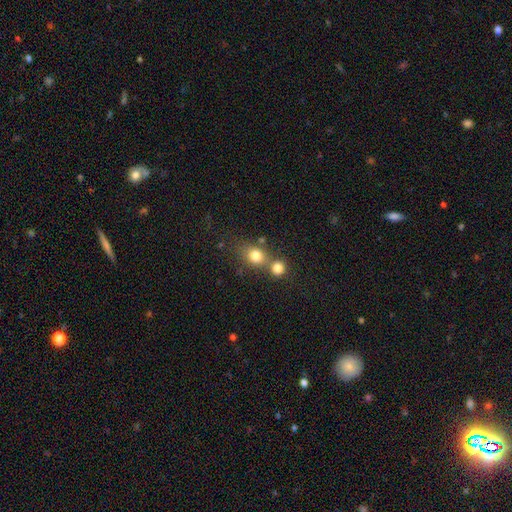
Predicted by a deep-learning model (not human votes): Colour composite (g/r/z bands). It shows a smooth galaxy with no disk features (78%) that is round (66%). Merging: none (44%).